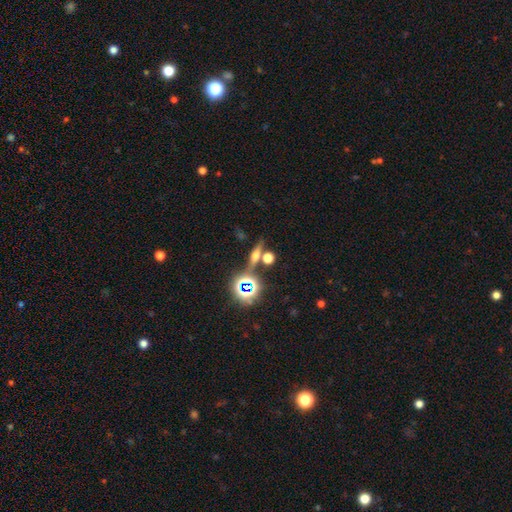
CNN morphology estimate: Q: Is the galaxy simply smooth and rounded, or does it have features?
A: featured or disk — 43%.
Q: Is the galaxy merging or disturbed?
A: none — 75%.